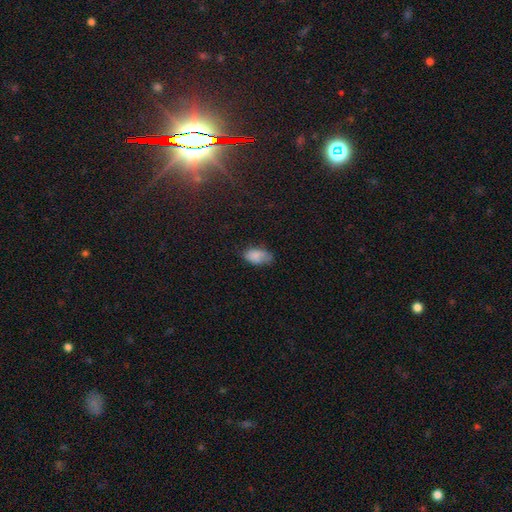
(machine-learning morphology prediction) The model was most divided on "merging": none: 58%, minor disturbance: 32%, major disturbance: 8%, merger: 2%. More confident: how rounded — in between (93%); smooth or featured — smooth (81%).